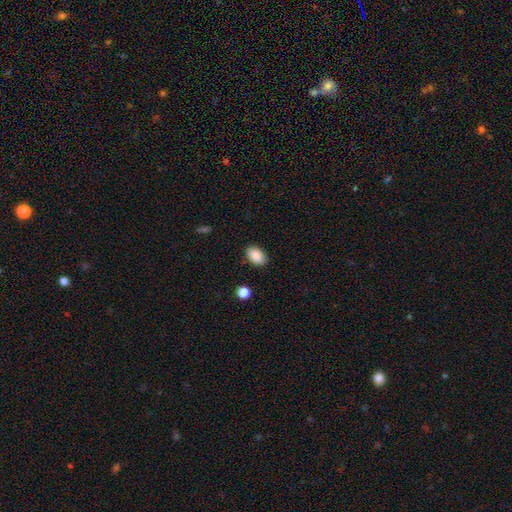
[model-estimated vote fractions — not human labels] A smooth galaxy with no disk features (89%) that is in between round and cigar-shaped (89%). Merging: none (86%).